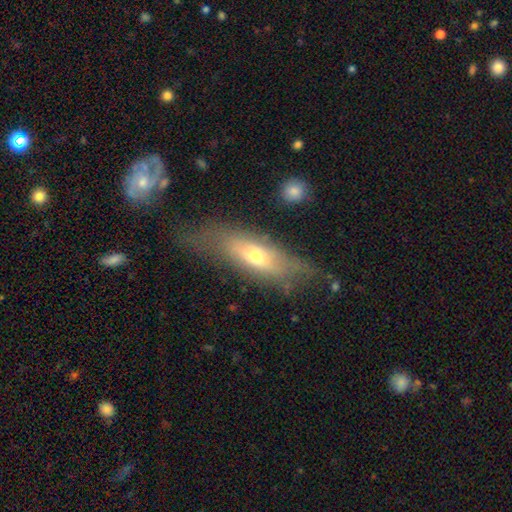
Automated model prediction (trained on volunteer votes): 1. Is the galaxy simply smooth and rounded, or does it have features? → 48% smooth, 44% featured or disk, 8% star or artifact.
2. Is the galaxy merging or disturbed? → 58% none, 23% minor disturbance, 15% major disturbance, 3% merger.